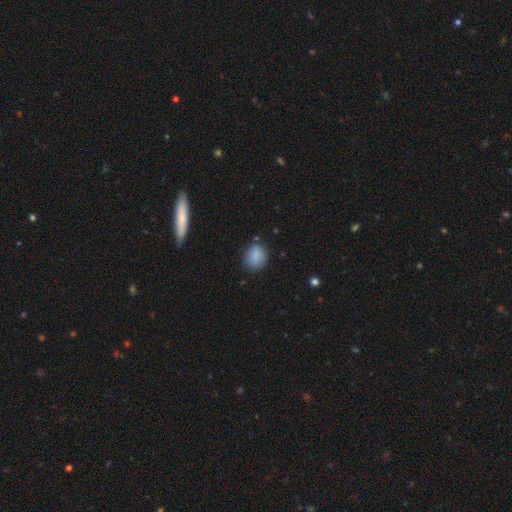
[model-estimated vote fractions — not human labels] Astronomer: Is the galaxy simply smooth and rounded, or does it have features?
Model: smooth — 86%.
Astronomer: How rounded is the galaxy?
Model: round — 53% (runner-up: in between, 46%).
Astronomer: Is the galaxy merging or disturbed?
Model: none — 80%.